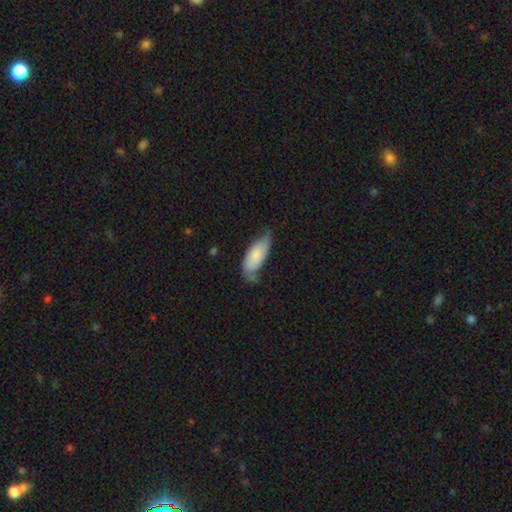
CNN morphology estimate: A smooth galaxy with no disk features (74%) that is in between round and cigar-shaped (79%). Merging: none (44%).